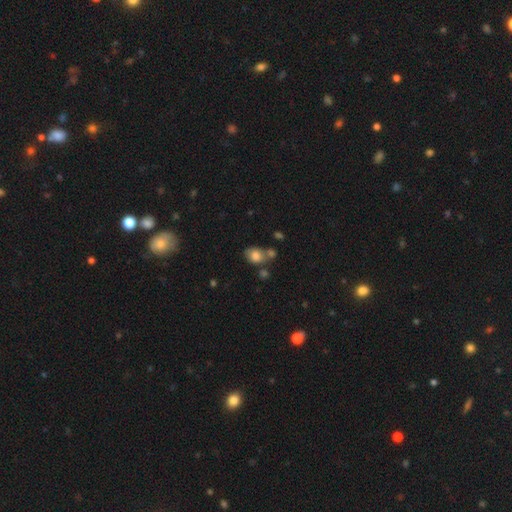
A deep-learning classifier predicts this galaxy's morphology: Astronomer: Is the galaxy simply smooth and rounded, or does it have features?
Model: smooth — 78%.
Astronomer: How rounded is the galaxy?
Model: in between — 61% (runner-up: round, 38%).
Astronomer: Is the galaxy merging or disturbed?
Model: none — 45% (runner-up: merger, 28%).